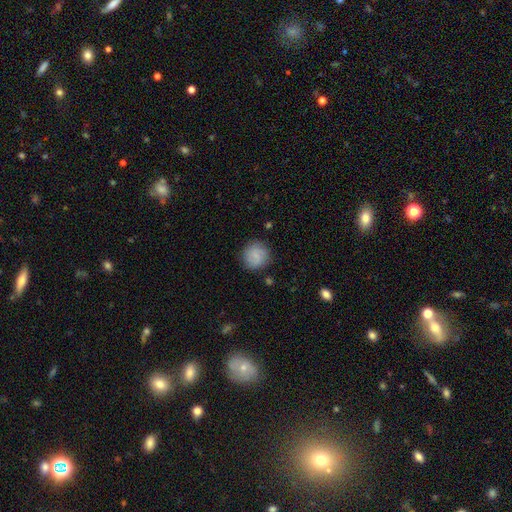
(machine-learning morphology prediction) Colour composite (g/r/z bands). It shows a smooth galaxy with no disk features (75%) that is round (91%). Merging: none (83%).